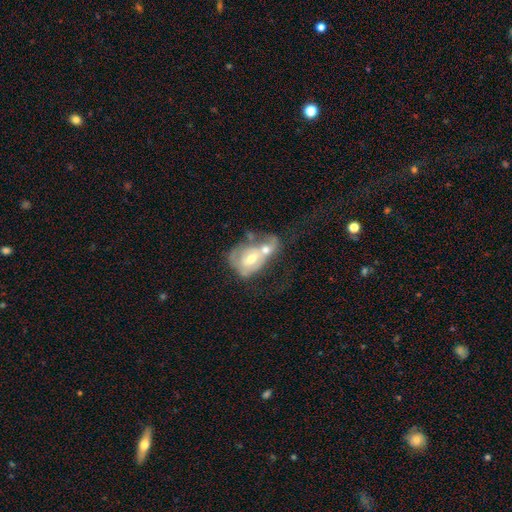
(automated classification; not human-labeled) Q: Smooth or featured?
A: featured or disk (60%); runner-up: smooth (31%)
Q: Edge-on disk?
A: no (95%); runner-up: yes (5%)
Q: Bar?
A: no (71%); runner-up: weak (23%)
Q: Spiral arms?
A: no (55%); runner-up: yes (45%)
Q: Bulge size?
A: moderate (66%); runner-up: small (26%)
Q: Merging?
A: merger (64%); runner-up: major disturbance (15%)